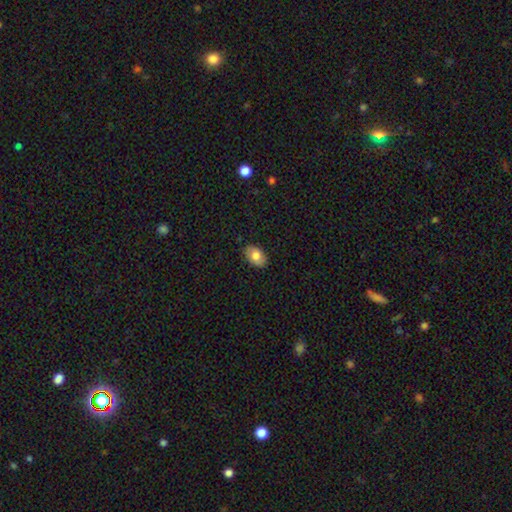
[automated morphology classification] A smooth galaxy with no disk features (79%) that is in between round and cigar-shaped (88%).

Vote fractions:
- Smooth or featured? smooth: 79% / featured or disk: 14% / star or artifact: 7%
- How rounded? in between: 88% / round: 10% / cigar-shaped: 1%
- Merging? none: 86% / minor disturbance: 11% / major disturbance: 2% / merger: 1%